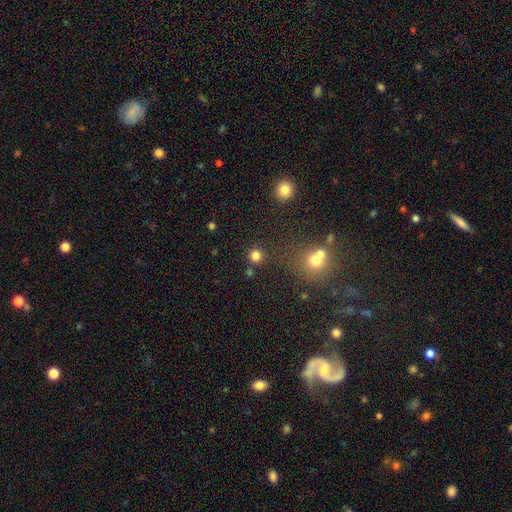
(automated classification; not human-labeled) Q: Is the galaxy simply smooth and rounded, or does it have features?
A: smooth — 79%.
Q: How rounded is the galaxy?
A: round — 93%.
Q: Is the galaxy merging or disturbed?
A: none — 84%.